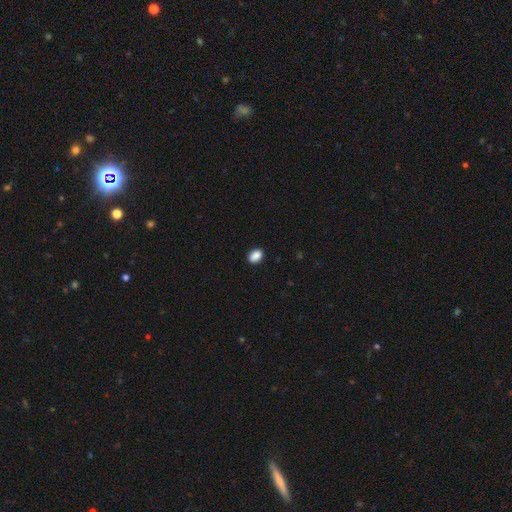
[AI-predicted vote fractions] A smooth galaxy with no disk features (88%) that is in between round and cigar-shaped (77%).

Vote fractions:
- Smooth or featured? smooth: 88% / star or artifact: 9% / featured or disk: 3%
- How rounded? in between: 77% / round: 22% / cigar-shaped: 1%
- Merging? none: 88% / minor disturbance: 9% / major disturbance: 2% / merger: 1%